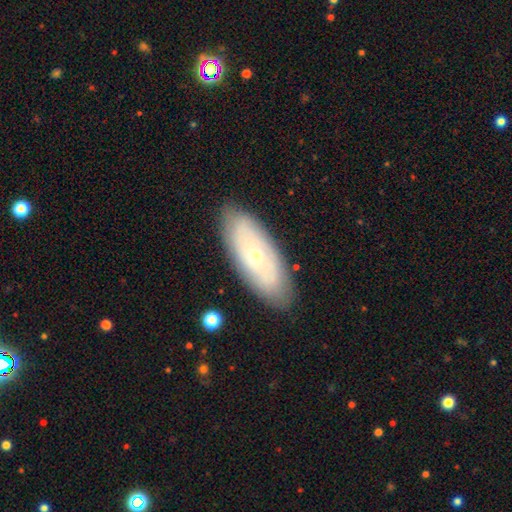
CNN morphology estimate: This appears to be a featured or disk galaxy (56%). Merging: none (85%).